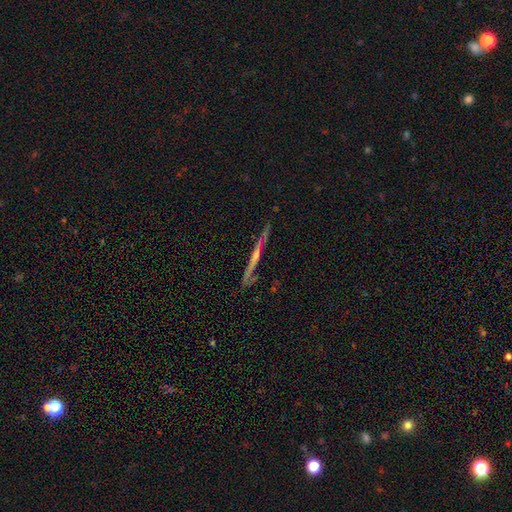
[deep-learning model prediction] Q: Smooth or featured?
A: featured or disk (72%); runner-up: smooth (20%)
Q: Edge-on disk?
A: yes (95%); runner-up: no (5%)
Q: Edge-on bulge?
A: none (53%); runner-up: rounded (38%)
Q: Merging?
A: none (80%); runner-up: minor disturbance (14%)